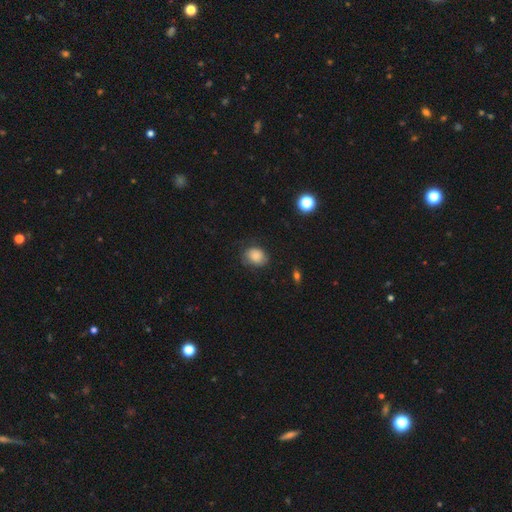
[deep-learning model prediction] Morphology: type=smooth (81%); roundness=round (50%, tied with in between); merging=none (68%).